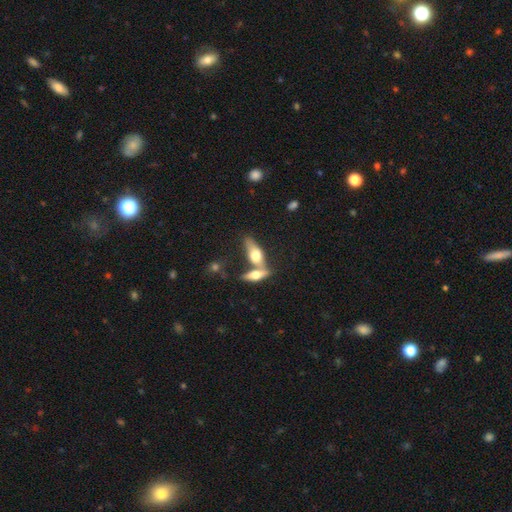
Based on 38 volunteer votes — Q: Smooth or featured?
A: featured or disk (66%); runner-up: smooth (26%)
Q: Edge-on disk?
A: yes (92%); runner-up: no (8%)
Q: Edge-on bulge?
A: rounded (96%); runner-up: boxy (4%)
Q: Merging?
A: merger (51%); runner-up: none (46%)